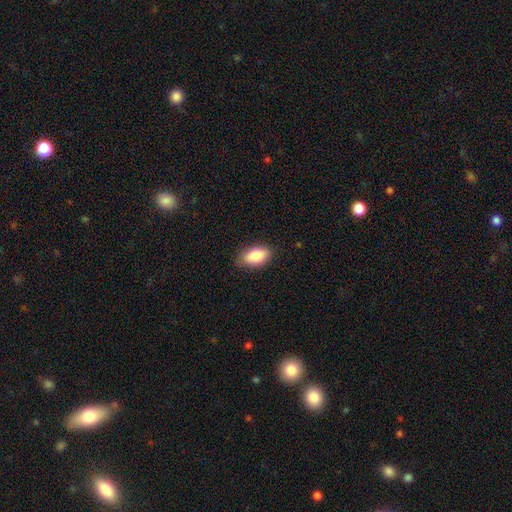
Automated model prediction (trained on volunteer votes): Q: Smooth or featured?
A: smooth (85%); runner-up: featured or disk (8%)
Q: How rounded?
A: in between (91%); runner-up: round (6%)
Q: Merging?
A: none (82%); runner-up: minor disturbance (14%)